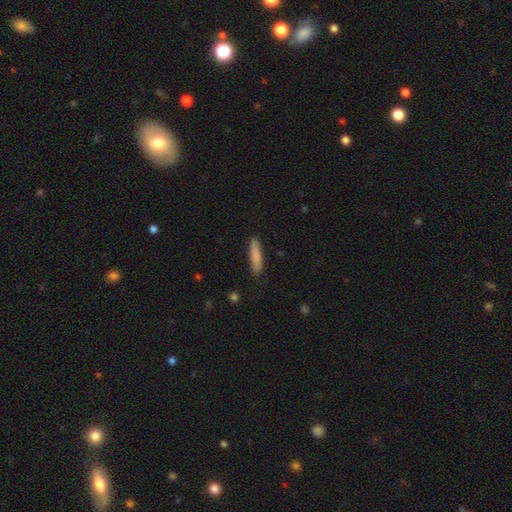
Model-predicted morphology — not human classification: The model was most divided on "how rounded": cigar-shaped: 84%, in between: 14%, round: 1%. More confident: merging — none (86%); smooth or featured — smooth (84%).